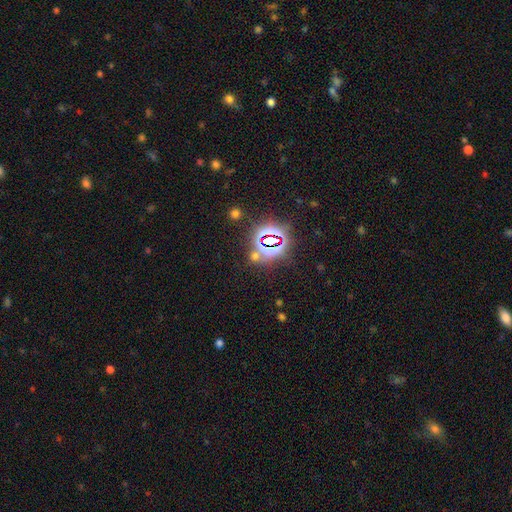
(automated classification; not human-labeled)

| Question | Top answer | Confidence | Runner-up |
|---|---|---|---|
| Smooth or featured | star or artifact | 78% | smooth (14%) |